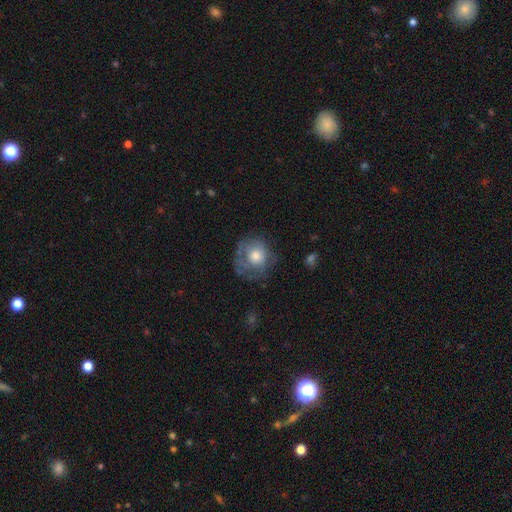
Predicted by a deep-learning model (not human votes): Morphology: type=smooth (53%); roundness=round (80%); merging=none (54%).